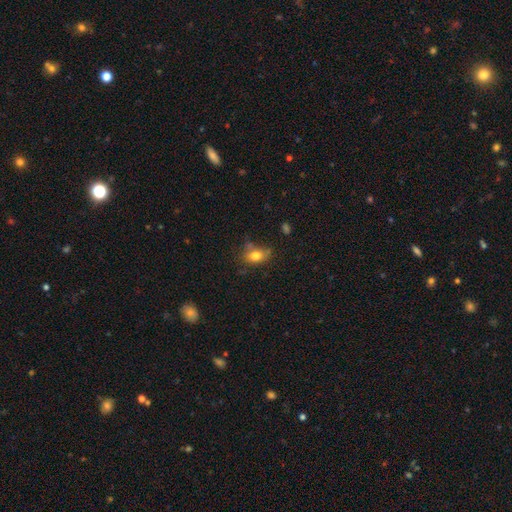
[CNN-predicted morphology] Smooth or featured: smooth — 77% (featured or disk — 12%)
How rounded: in between — 73% (round — 25%)
Merging: none — 55% (minor disturbance — 28%)